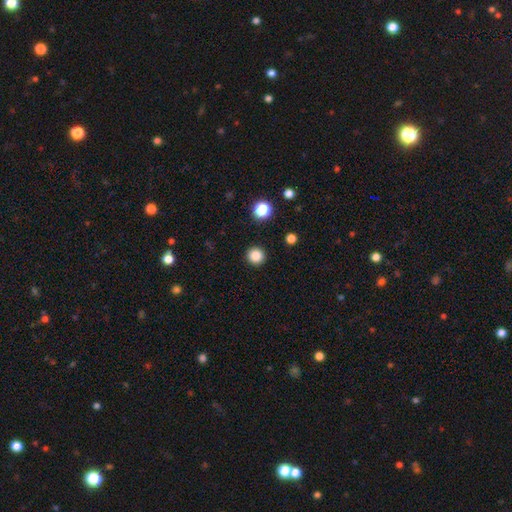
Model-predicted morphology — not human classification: A smooth galaxy with no disk features (85%) that is round (95%). Merging: none (92%).